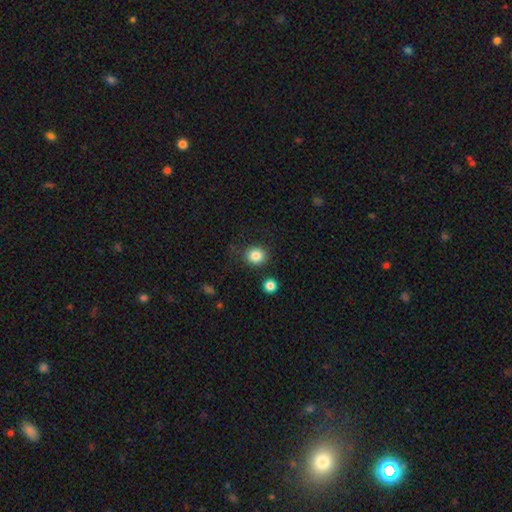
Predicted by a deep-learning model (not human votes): Morphology: type=smooth (85%); roundness=round (84%); merging=none (83%).